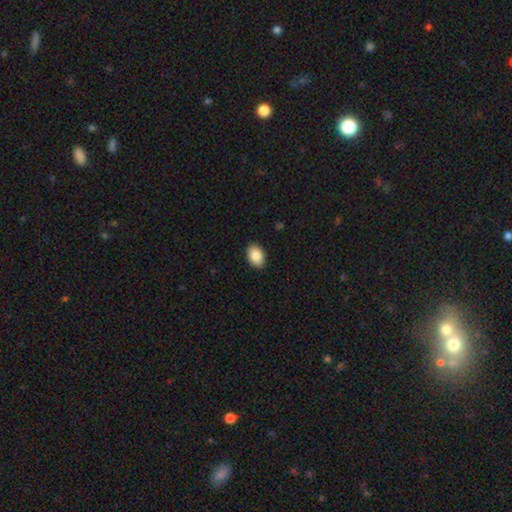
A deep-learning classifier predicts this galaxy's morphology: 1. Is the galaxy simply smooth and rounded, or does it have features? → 88% smooth, 7% star or artifact, 5% featured or disk.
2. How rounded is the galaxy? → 86% in between, 13% round, 1% cigar-shaped.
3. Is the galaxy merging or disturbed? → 90% none, 8% minor disturbance, 2% major disturbance, 1% merger.